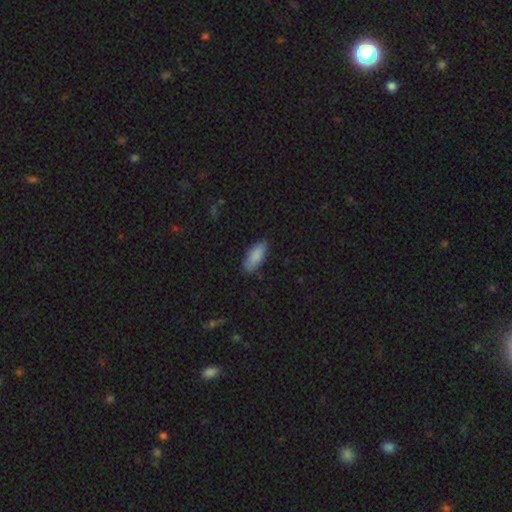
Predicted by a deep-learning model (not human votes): Smooth or featured? smooth (87%)
How rounded? in between (83%)
Merging? none (81%)